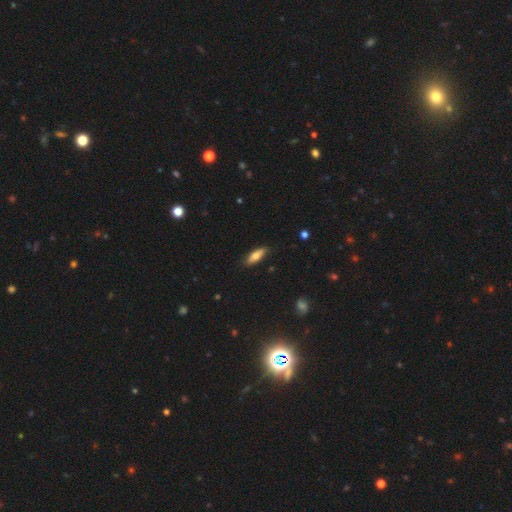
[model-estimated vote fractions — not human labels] The model was most divided on "how rounded": in between: 58%, cigar-shaped: 40%, round: 2%. More confident: merging — none (83%); smooth or featured — smooth (71%).